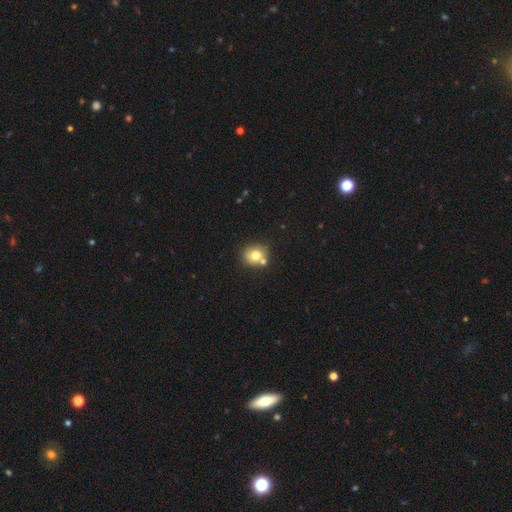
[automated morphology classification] This appears to be a smooth galaxy with no disk features (75%) that is round (78%). Merging: none (61%).